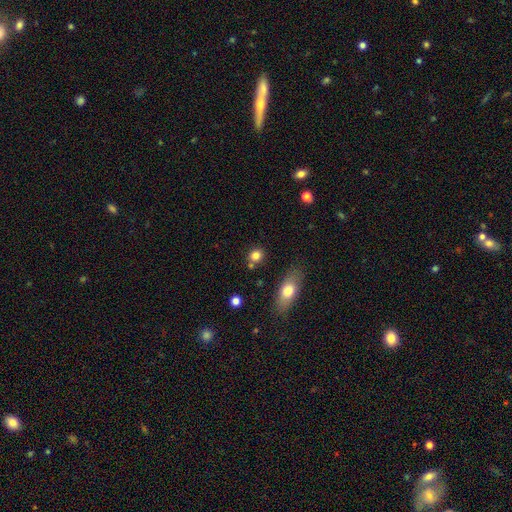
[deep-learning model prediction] Smooth or featured? smooth (81%)
How rounded? round (80%)
Merging? none (75%)